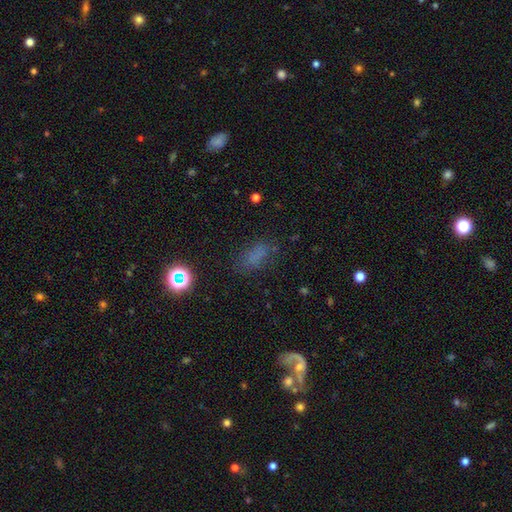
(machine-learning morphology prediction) smooth-or-featured: smooth: 62% | star or artifact: 25% | featured or disk: 12%
  how-rounded: in between: 76% | round: 12% | cigar-shaped: 11%
  merging: none: 66% | minor disturbance: 19% | major disturbance: 11% | merger: 4%